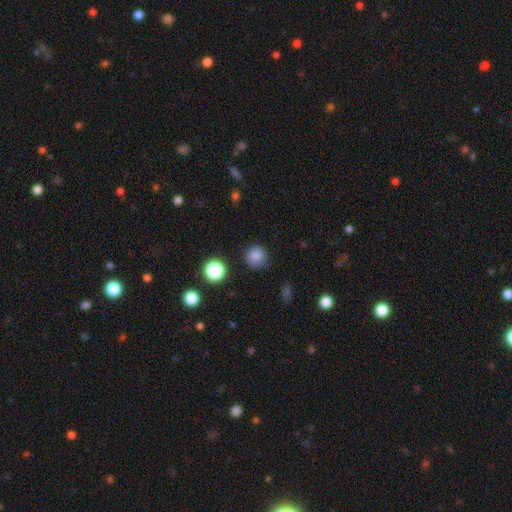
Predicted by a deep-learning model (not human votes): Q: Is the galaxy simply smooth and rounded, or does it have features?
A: smooth — 82%.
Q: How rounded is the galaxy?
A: round — 92%.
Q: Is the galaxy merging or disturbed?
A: none — 82%.